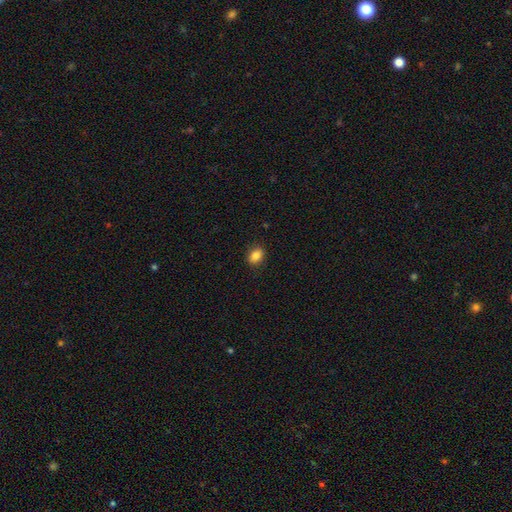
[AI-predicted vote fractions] This appears to be a smooth galaxy with no disk features (85%) that is in between round and cigar-shaped (72%). Merging: none (88%).